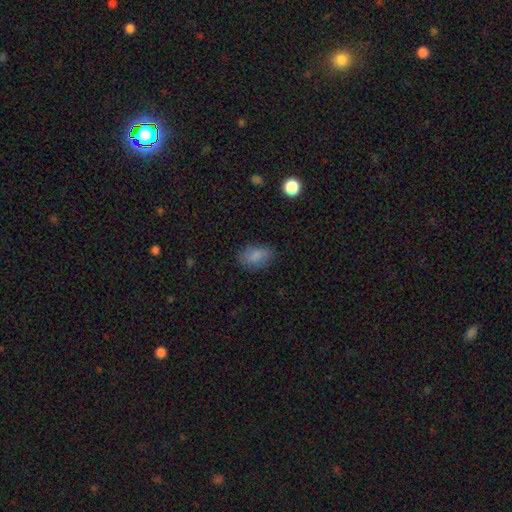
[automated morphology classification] Smooth or featured: smooth — 85% (star or artifact — 8%)
How rounded: in between — 88% (round — 10%)
Merging: none — 80% (minor disturbance — 15%)